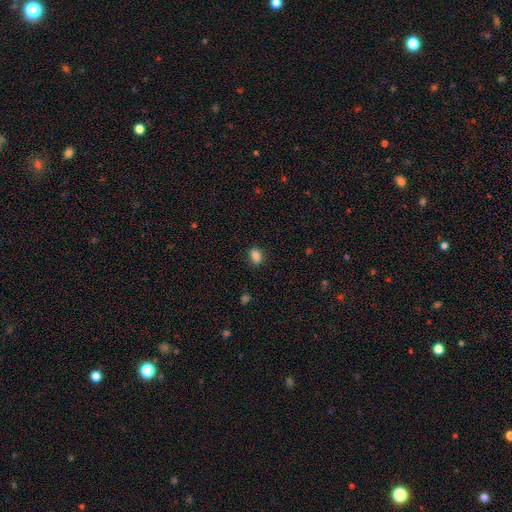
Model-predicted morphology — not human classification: smooth 86%, star or artifact 10%, featured or disk 4%. Down the decision tree: how rounded — in between (75%); merging — none (84%).